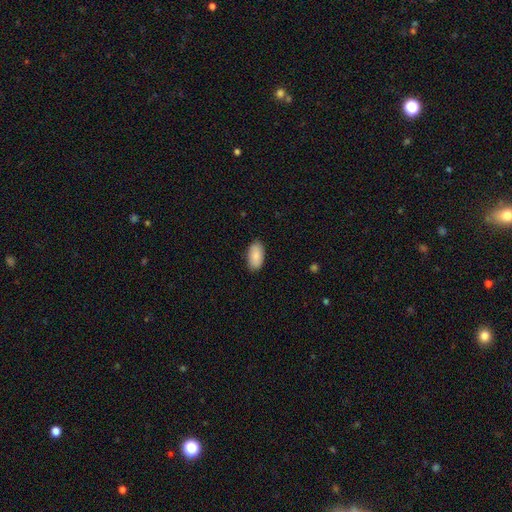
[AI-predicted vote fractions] smooth-or-featured: smooth: 89% | star or artifact: 6% | featured or disk: 5%
  how-rounded: in between: 95% | round: 3% | cigar-shaped: 2%
  merging: none: 88% | minor disturbance: 9% | major disturbance: 2% | merger: 1%